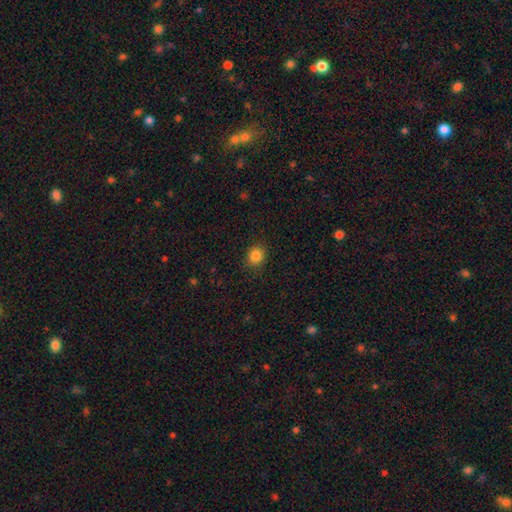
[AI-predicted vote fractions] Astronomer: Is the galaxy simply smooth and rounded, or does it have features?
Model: smooth — 85%.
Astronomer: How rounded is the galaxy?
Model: round — 75%.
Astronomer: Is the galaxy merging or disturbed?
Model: none — 88%.